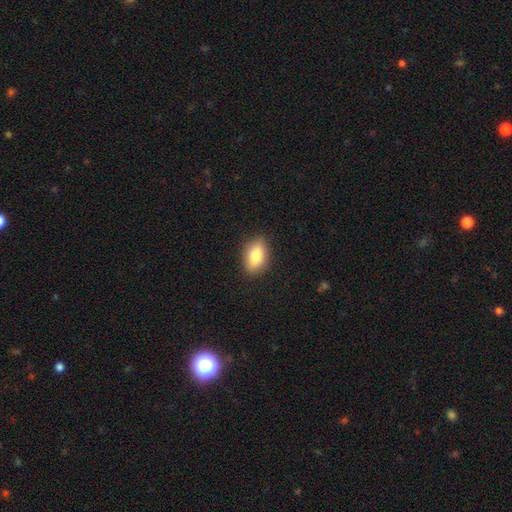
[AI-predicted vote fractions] A smooth galaxy with no disk features (82%) that is in between round and cigar-shaped (88%). Merging: none (85%).